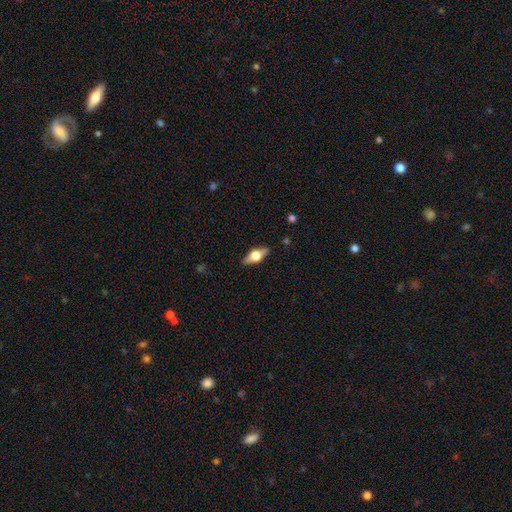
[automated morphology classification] featured or disk 57%, smooth 36%, star or artifact 7%. Down the decision tree: edge-on disk — yes (92%); edge-on bulge — rounded (94%); merging — none (87%).